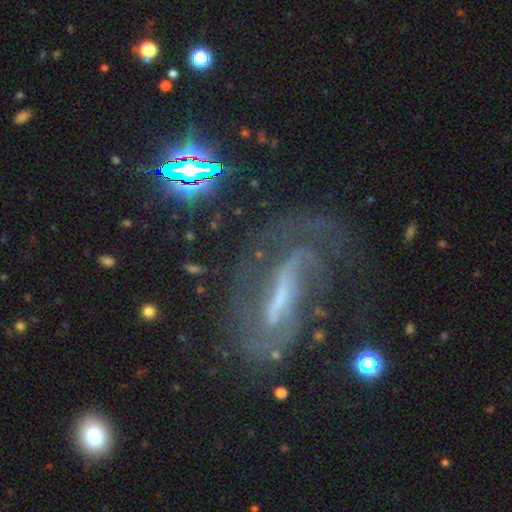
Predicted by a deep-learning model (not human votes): A featured or disk galaxy (79%) with a strong bar (56%), 2 (62%) medium (45%) spiral arms (90%) and a small central bulge (42%). Merging: none (60%).